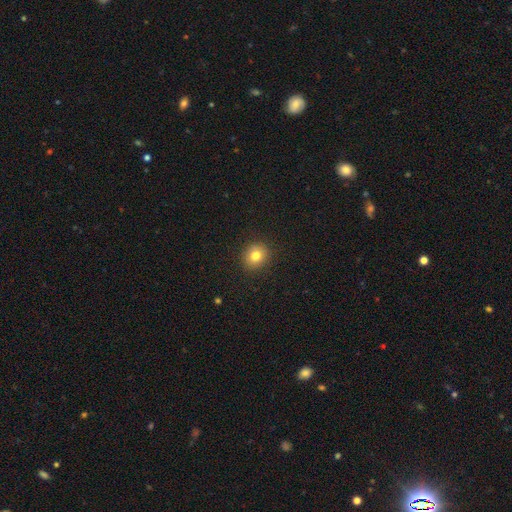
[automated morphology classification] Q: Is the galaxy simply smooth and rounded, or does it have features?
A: smooth — 79%.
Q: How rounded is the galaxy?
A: round — 78%.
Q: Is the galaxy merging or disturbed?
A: none — 90%.